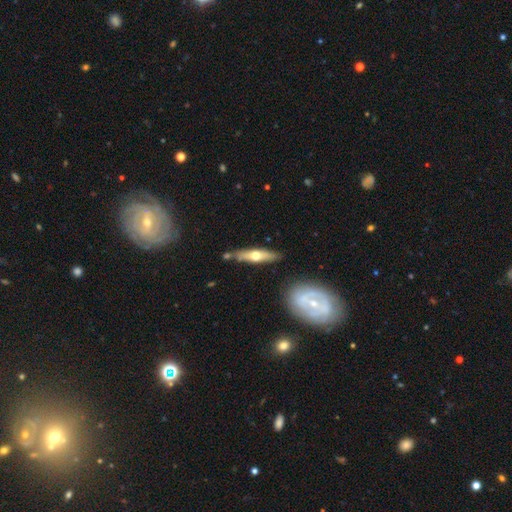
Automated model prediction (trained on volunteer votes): A featured or disk galaxy (51%) viewed edge-on (83%).

Vote fractions:
- Smooth or featured? featured or disk: 51% / smooth: 44% / star or artifact: 6%
- Edge-on disk? yes: 83% / no: 17%
- Merging? none: 78% / minor disturbance: 13% / merger: 6% / major disturbance: 3%